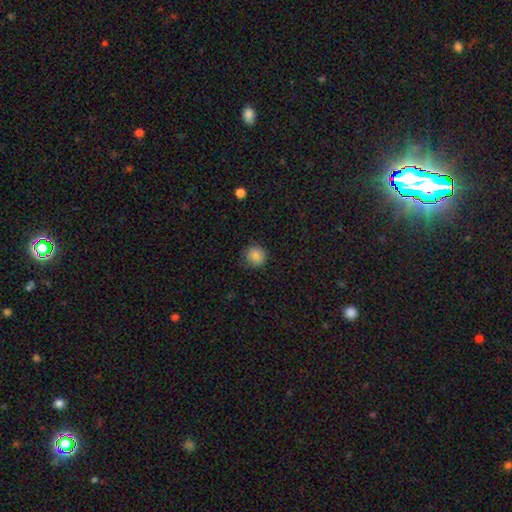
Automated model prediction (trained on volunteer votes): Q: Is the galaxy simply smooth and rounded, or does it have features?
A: smooth — 86%.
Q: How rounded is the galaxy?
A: round — 91%.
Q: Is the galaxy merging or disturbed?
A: none — 86%.